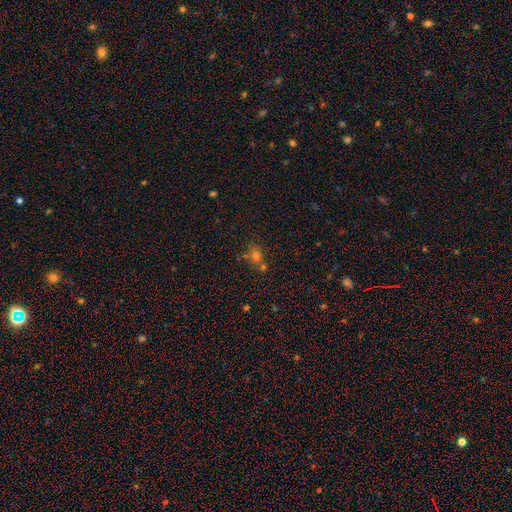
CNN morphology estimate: Smooth or featured?
  - smooth: 65% *
  - star or artifact: 24%
  - featured or disk: 11%
How rounded?
  - round: 73% *
  - in between: 26%
  - cigar-shaped: 2%
Merging?
  - none: 56% *
  - merger: 27%
  - minor disturbance: 12%
  - major disturbance: 5%